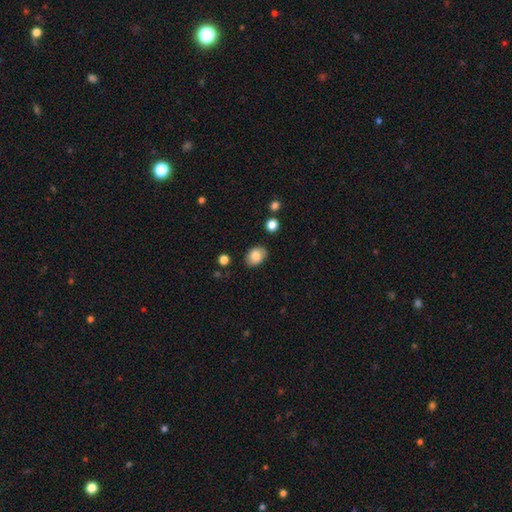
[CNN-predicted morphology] Smooth or featured? smooth (82%)
How rounded? in between (77%)
Merging? none (81%)